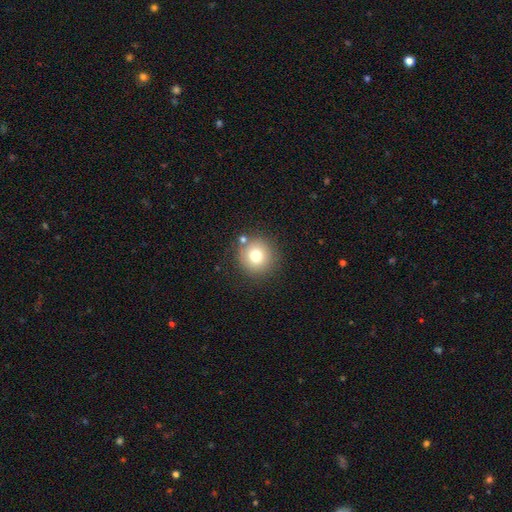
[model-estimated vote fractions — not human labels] A smooth galaxy with no disk features (76%) that is round (93%). Merging: none (81%).